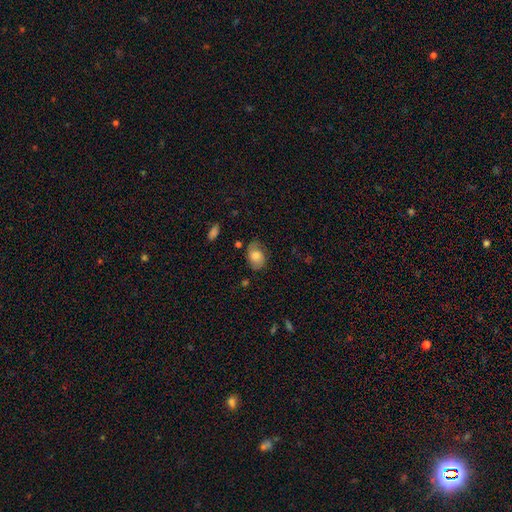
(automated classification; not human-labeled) Smooth or featured? smooth (66%)
How rounded? in between (78%)
Merging? none (65%)